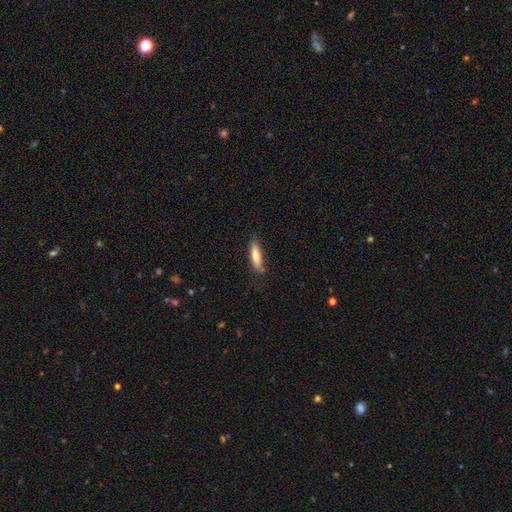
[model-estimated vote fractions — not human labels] A smooth galaxy with no disk features (75%) that is cigar-shaped (68%). Merging: none (77%).